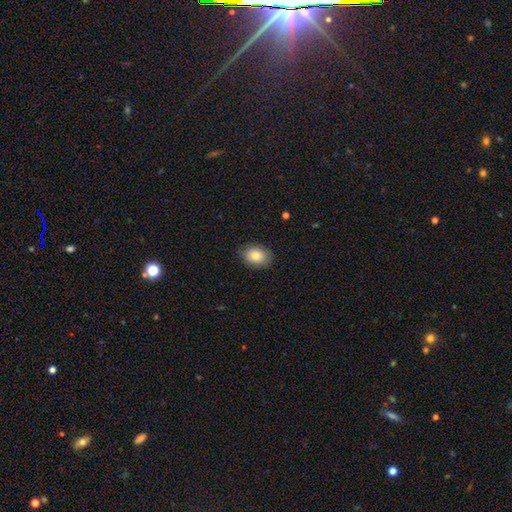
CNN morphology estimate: Overall: smooth (81%). How rounded: in between (64%; round 35%). Merging: none (85%).